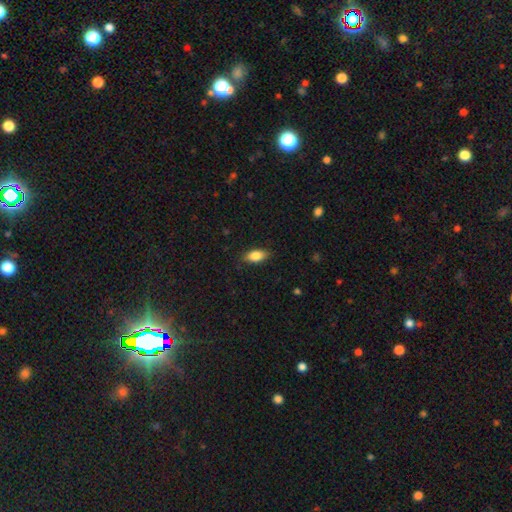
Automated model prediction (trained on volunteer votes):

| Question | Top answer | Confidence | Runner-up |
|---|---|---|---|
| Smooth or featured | smooth | 83% | featured or disk (10%) |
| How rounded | in between | 88% | cigar-shaped (9%) |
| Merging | none | 84% | minor disturbance (12%) |